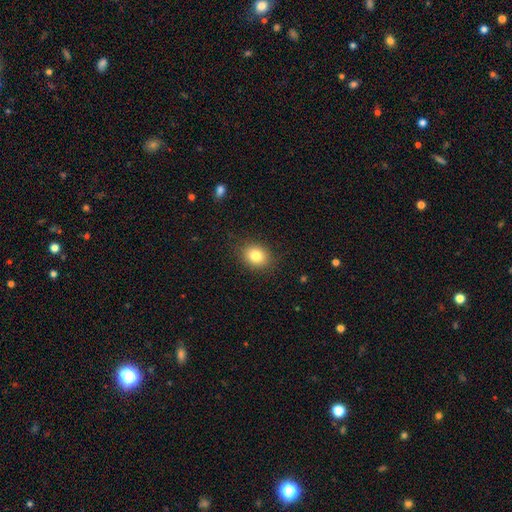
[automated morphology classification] This is clearly a smooth galaxy (82%). How rounded: possibly round (53%). Merging: clearly none (87%).